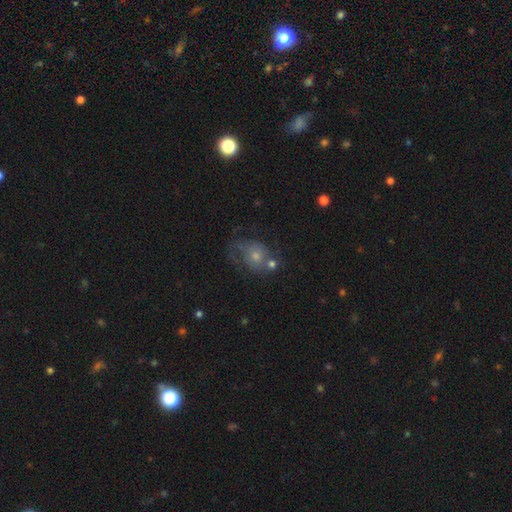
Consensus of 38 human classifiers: smooth_or_featured: featured or disk (p=0.63) [alt: smooth p=0.29]
disk_edge_on: no (p=0.96) [alt: yes p=0.04]
bar: no (p=0.70) [alt: weak p=0.26]
has_spiral_arms: yes (p=0.65) [alt: no p=0.35]
spiral_winding: medium (p=0.53) [alt: loose p=0.33]
spiral_arm_count: 2 (p=0.47) [alt: can't tell p=0.33]
bulge_size: small (p=0.48) [alt: moderate p=0.30]
merging: none (p=0.71) [alt: minor disturbance p=0.17]